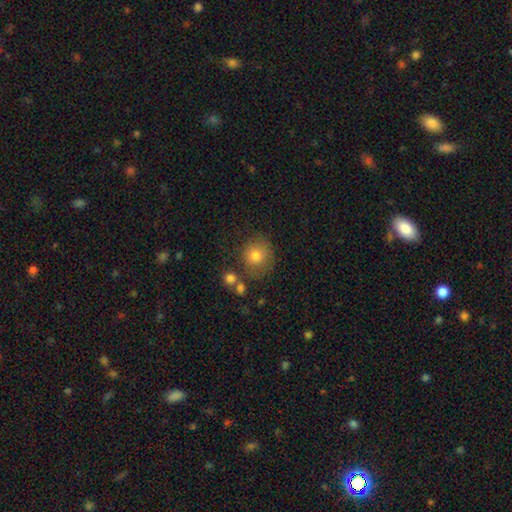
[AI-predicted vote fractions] This appears to be a smooth galaxy with no disk features (79%) that is round (86%). Merging: none (69%).